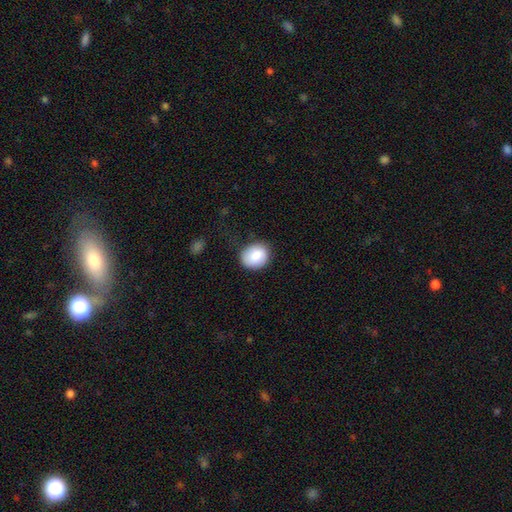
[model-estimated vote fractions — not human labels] smooth 86%, star or artifact 7%, featured or disk 6%. Down the decision tree: how rounded — round (63%); merging — none (77%).